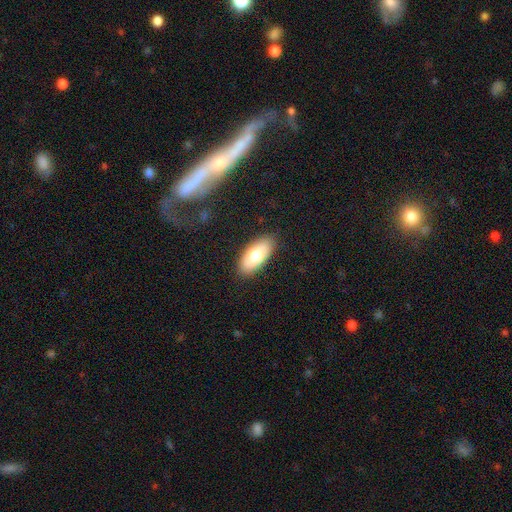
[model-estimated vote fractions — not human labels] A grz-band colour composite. It shows a smooth galaxy with no disk features (76%) that is in between round and cigar-shaped (88%). Merging: none (87%).